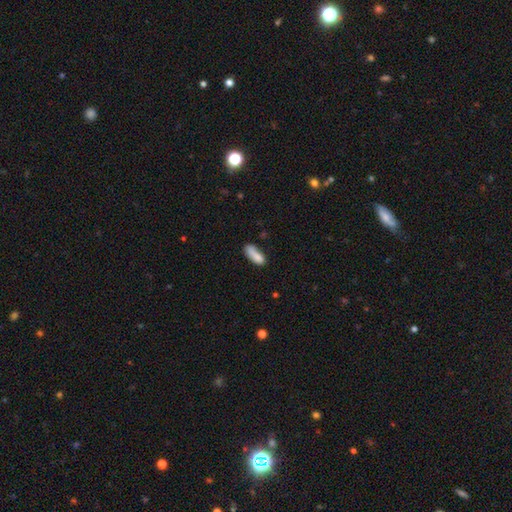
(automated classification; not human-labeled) This is clearly a smooth galaxy (83%). How rounded: likely in between (62%). Merging: possibly none (57%).